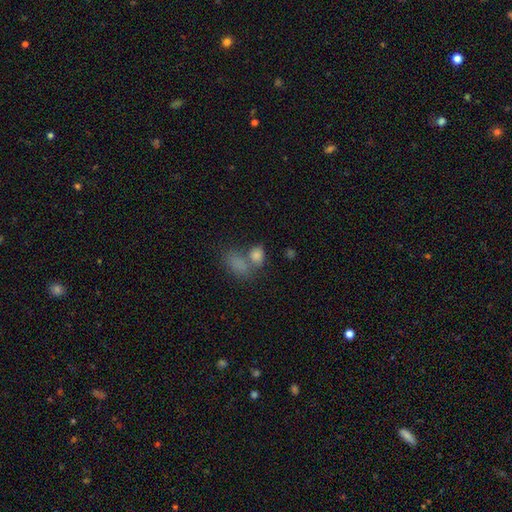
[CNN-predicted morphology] This is likely a smooth galaxy (77%). How rounded: likely in between (76%). Merging: marginally merger (44%).